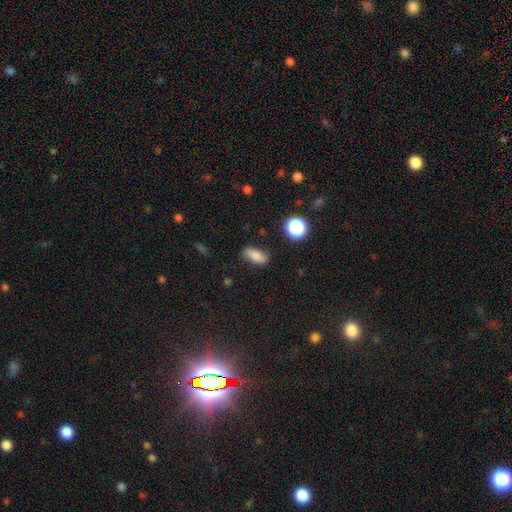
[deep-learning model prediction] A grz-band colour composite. It shows a smooth galaxy with no disk features (78%) that is in between round and cigar-shaped (80%). Merging: none (82%).